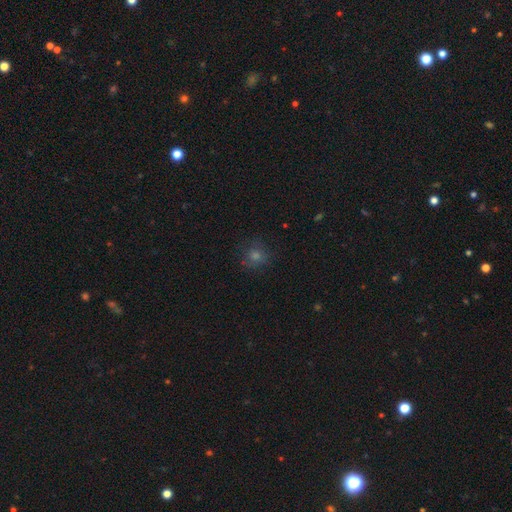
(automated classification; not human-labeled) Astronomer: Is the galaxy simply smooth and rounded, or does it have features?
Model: smooth — 61%.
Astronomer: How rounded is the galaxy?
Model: round — 88%.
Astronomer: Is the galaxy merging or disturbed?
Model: none — 84%.